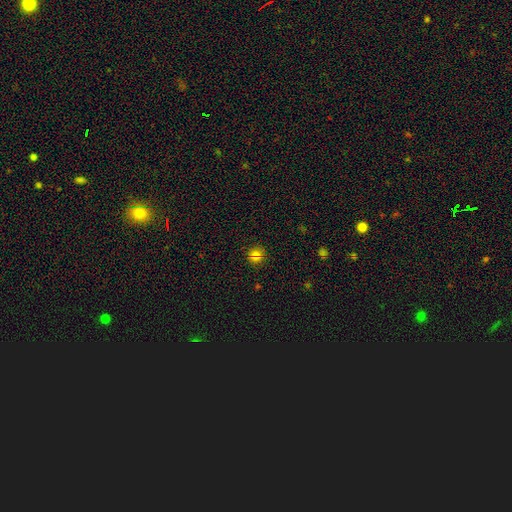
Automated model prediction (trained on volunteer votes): Smooth or featured?
  - smooth: 70% *
  - star or artifact: 21%
  - featured or disk: 9%
How rounded?
  - round: 91% *
  - in between: 8%
  - cigar-shaped: 1%
Merging?
  - none: 75% *
  - merger: 14%
  - minor disturbance: 8%
  - major disturbance: 3%